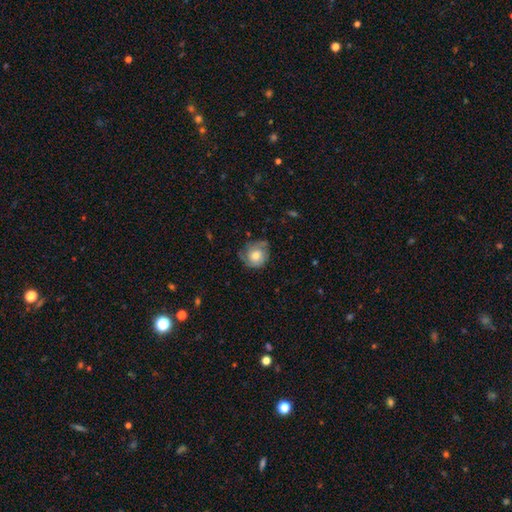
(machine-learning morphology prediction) smooth_or_featured: smooth (p=0.48) [alt: featured or disk p=0.44]
merging: none (p=0.63) [alt: minor disturbance p=0.25]